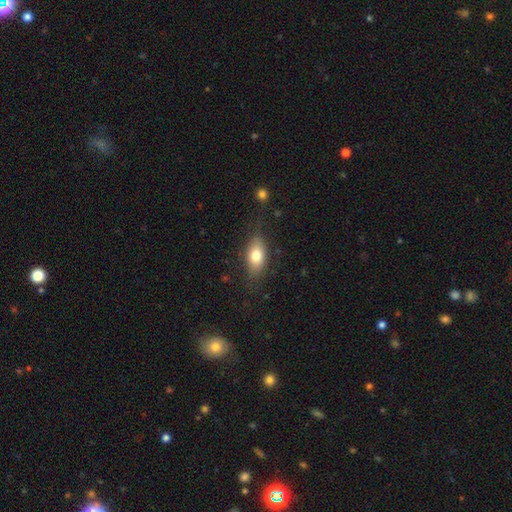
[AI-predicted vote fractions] Q: Smooth or featured?
A: smooth (76%); runner-up: featured or disk (17%)
Q: How rounded?
A: in between (85%); runner-up: cigar-shaped (8%)
Q: Merging?
A: none (77%); runner-up: minor disturbance (17%)